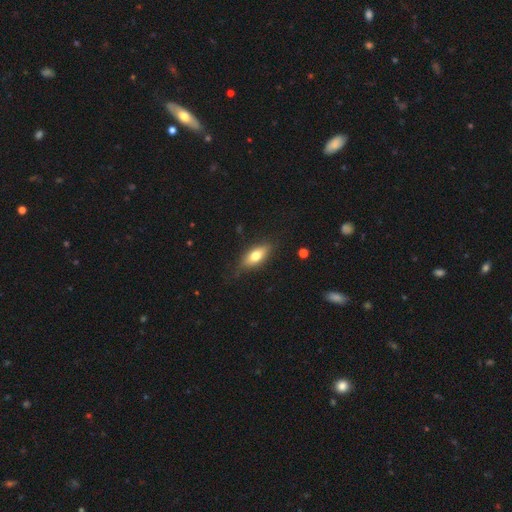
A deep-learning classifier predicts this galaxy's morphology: smooth-or-featured: smooth: 67% | featured or disk: 26% | star or artifact: 7%
  how-rounded: in between: 76% | cigar-shaped: 19% | round: 4%
  merging: none: 78% | minor disturbance: 17% | major disturbance: 4% | merger: 1%